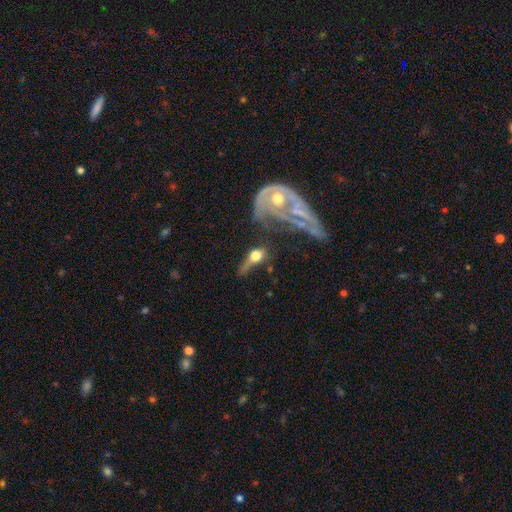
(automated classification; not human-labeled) smooth-or-featured: featured or disk: 48% | smooth: 42% | star or artifact: 10%
  merging: major disturbance: 28% | none: 27% | minor disturbance: 22% | merger: 22%